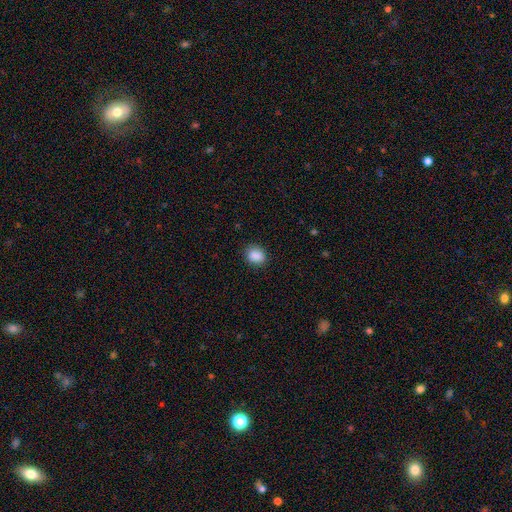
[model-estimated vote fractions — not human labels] Q: Smooth or featured?
A: smooth (89%); runner-up: star or artifact (8%)
Q: How rounded?
A: in between (51%); runner-up: round (48%)
Q: Merging?
A: none (85%); runner-up: minor disturbance (11%)